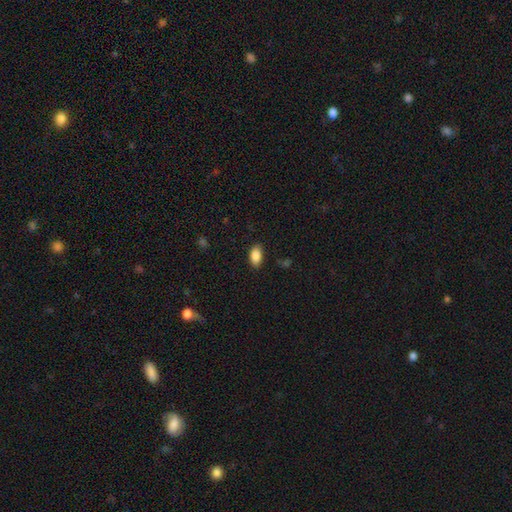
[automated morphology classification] Smooth or featured?
  - smooth: 87% *
  - star or artifact: 7%
  - featured or disk: 5%
How rounded?
  - in between: 92% *
  - round: 5%
  - cigar-shaped: 3%
Merging?
  - none: 87% *
  - minor disturbance: 10%
  - major disturbance: 2%
  - merger: 1%